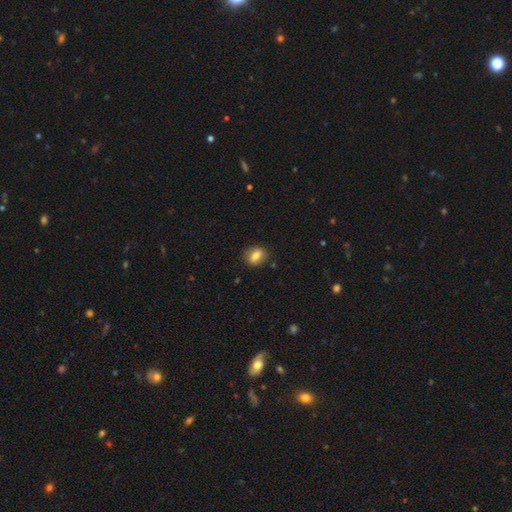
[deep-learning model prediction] This is likely a smooth galaxy (77%). How rounded: possibly in between (55%). Merging: clearly none (85%).